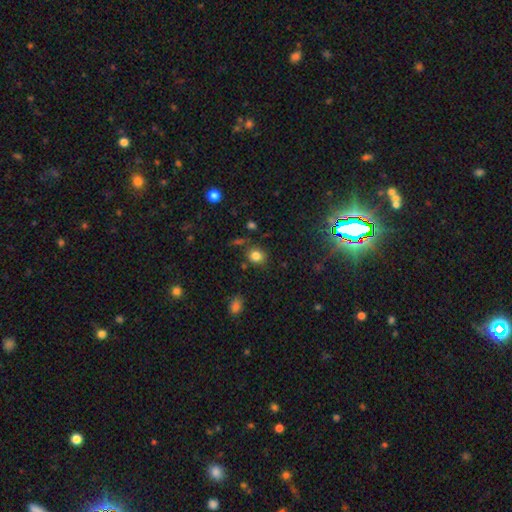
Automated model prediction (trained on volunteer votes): Smooth or featured? smooth (82%)
How rounded? round (68%)
Merging? none (78%)